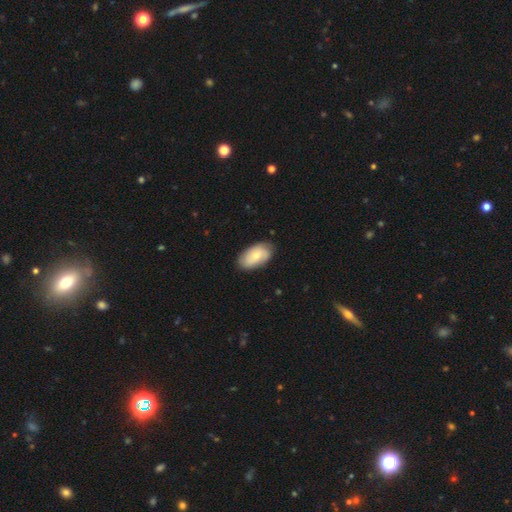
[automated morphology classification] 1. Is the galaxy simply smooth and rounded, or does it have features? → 61% smooth, 33% featured or disk, 6% star or artifact.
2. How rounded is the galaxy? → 93% in between, 4% round, 2% cigar-shaped.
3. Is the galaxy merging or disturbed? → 79% none, 17% minor disturbance, 3% major disturbance, 1% merger.